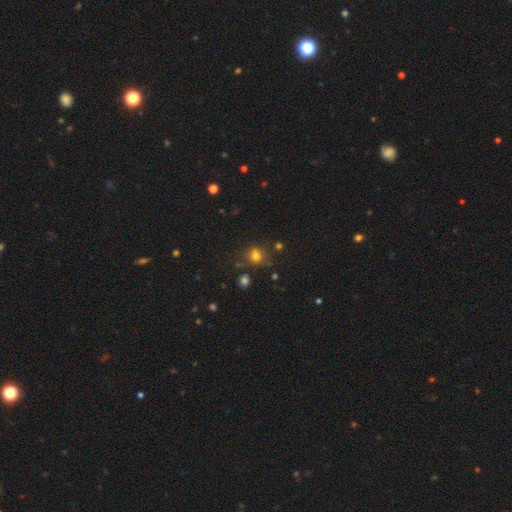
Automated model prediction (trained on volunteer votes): Smooth or featured?
  - smooth: 70% *
  - star or artifact: 18%
  - featured or disk: 11%
How rounded?
  - round: 64% *
  - in between: 35%
  - cigar-shaped: 1%
Merging?
  - none: 62% *
  - minor disturbance: 20%
  - major disturbance: 10%
  - merger: 8%